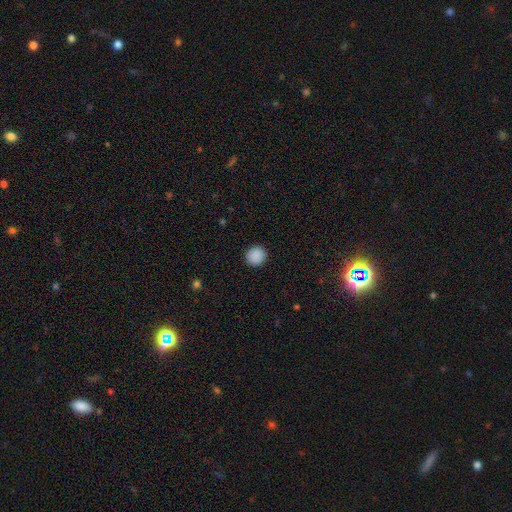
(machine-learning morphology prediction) Smooth or featured? smooth (90%)
How rounded? round (92%)
Merging? none (92%)